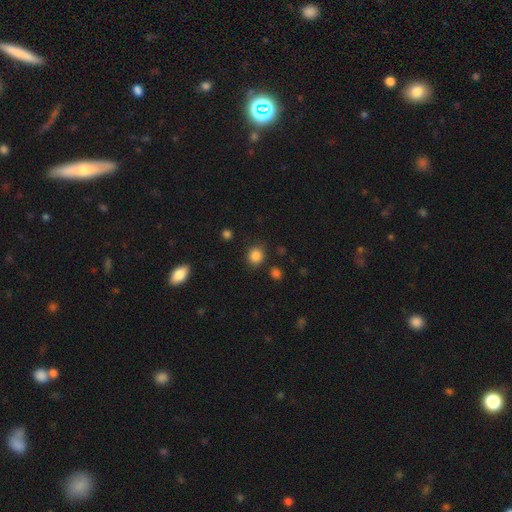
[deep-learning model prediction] Q: Smooth or featured?
A: smooth (85%); runner-up: star or artifact (11%)
Q: How rounded?
A: round (86%); runner-up: in between (13%)
Q: Merging?
A: none (84%); runner-up: minor disturbance (10%)